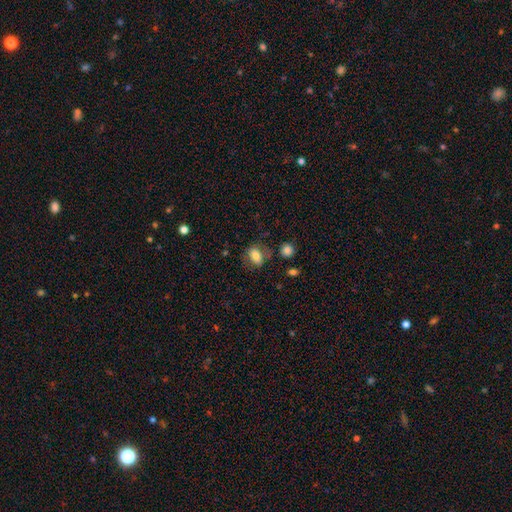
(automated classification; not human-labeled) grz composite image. It shows a smooth galaxy with no disk features (73%) that is in between round and cigar-shaped (75%). Merging: none (66%).